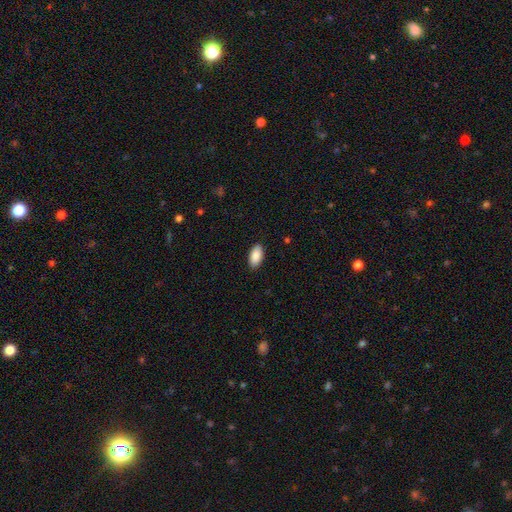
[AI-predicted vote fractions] smooth 90%, star or artifact 6%, featured or disk 4%. Down the decision tree: how rounded — in between (94%); merging — none (89%).